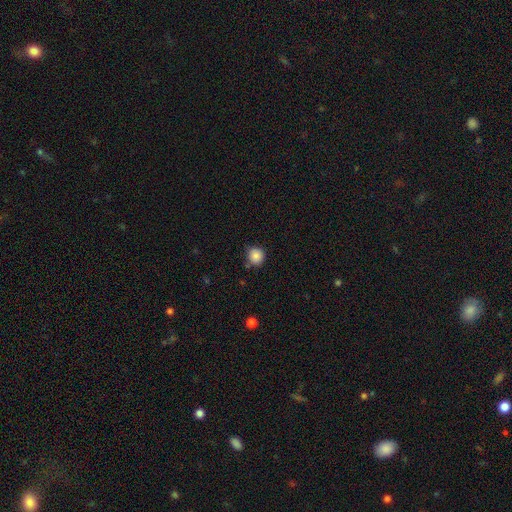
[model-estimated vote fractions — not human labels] smooth 85%, star or artifact 10%, featured or disk 5%. Down the decision tree: how rounded — round (92%); merging — none (79%).